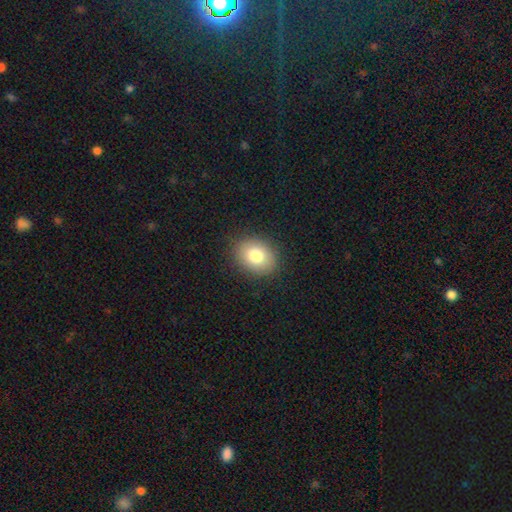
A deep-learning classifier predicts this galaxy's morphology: Smooth or featured? smooth (80%)
How rounded? in between (50%)
Merging? none (88%)